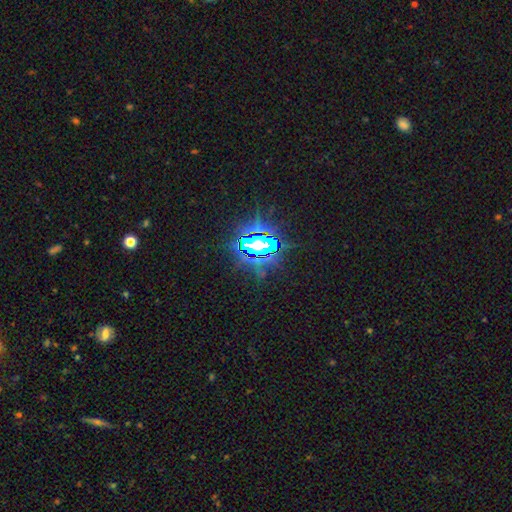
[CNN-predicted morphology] A star or artifact, not a galaxy (79%).

Vote fractions:
- Smooth or featured? star or artifact: 79% / smooth: 11% / featured or disk: 10%